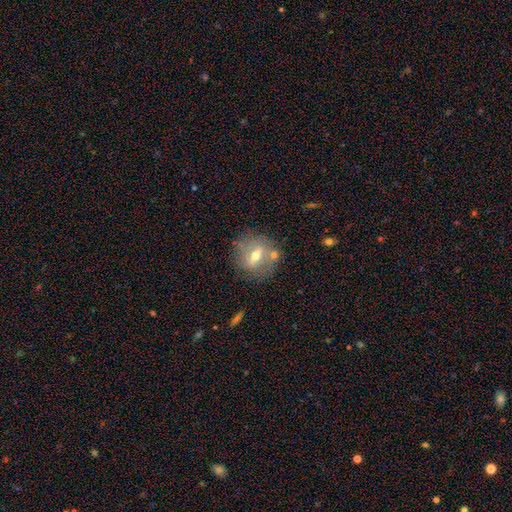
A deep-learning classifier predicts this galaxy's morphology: A featured or disk galaxy (52%). Merging: none (72%).